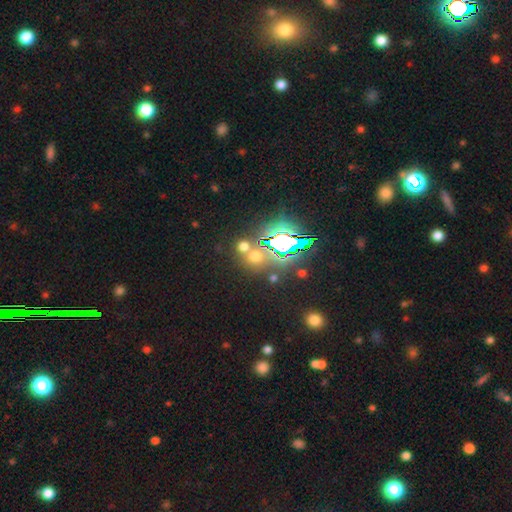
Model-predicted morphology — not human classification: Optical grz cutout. It shows a smooth galaxy with no disk features (48%). Merging: none (66%).